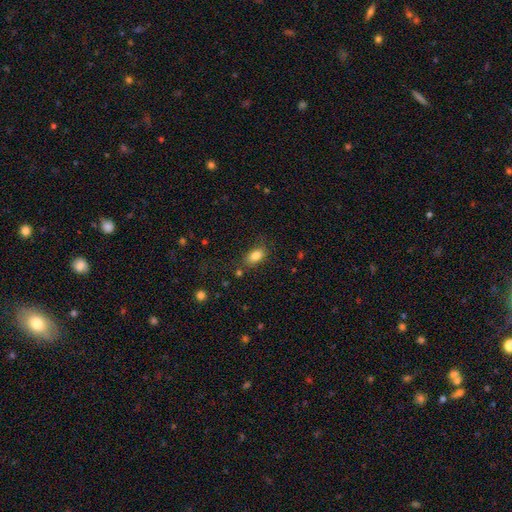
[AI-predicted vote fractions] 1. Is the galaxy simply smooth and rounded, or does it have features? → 83% smooth, 9% star or artifact, 8% featured or disk.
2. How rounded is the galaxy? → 88% in between, 8% round, 4% cigar-shaped.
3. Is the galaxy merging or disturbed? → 75% none, 16% minor disturbance, 5% major disturbance, 4% merger.